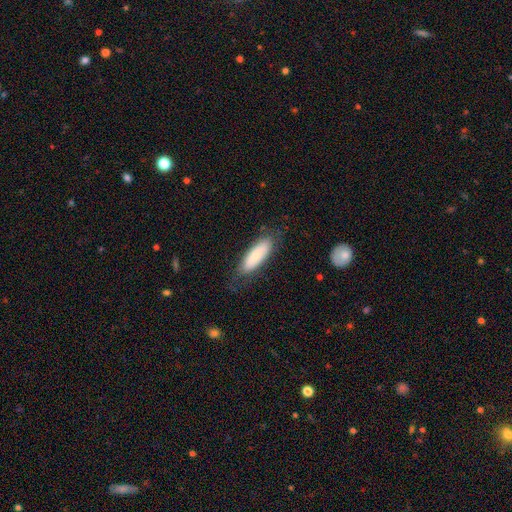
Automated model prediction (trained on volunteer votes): This is likely a smooth galaxy (72%). How rounded: likely in between (60%). Merging: likely none (73%).